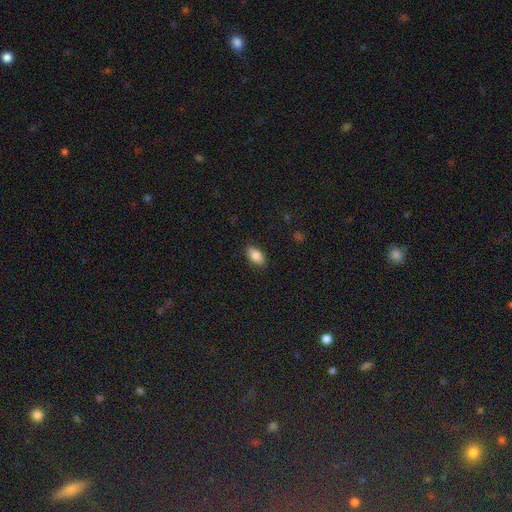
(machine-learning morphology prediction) Smooth or featured? smooth (83%)
How rounded? in between (91%)
Merging? none (88%)